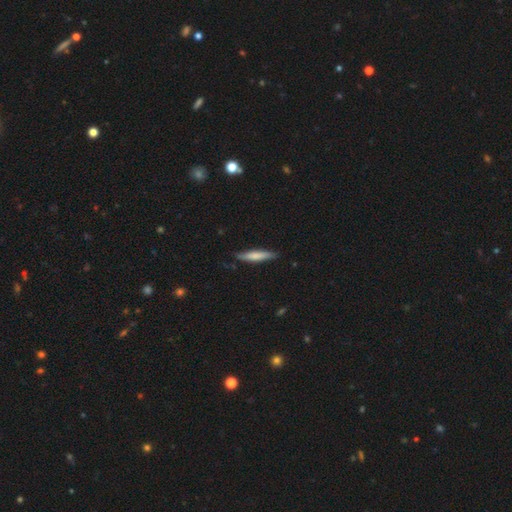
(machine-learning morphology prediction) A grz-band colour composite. It shows a smooth galaxy with no disk features (70%) that is cigar-shaped (87%). Merging: none (81%).